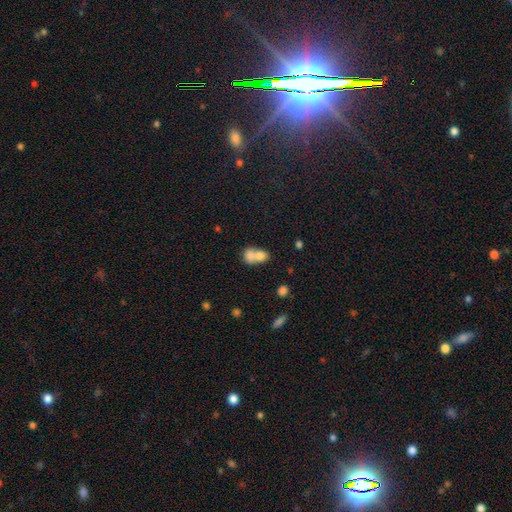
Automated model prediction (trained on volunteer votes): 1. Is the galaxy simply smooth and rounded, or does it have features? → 75% smooth, 16% featured or disk, 9% star or artifact.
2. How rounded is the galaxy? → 56% in between, 43% round, 2% cigar-shaped.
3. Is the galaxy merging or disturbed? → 73% merger, 19% none, 6% minor disturbance, 3% major disturbance.